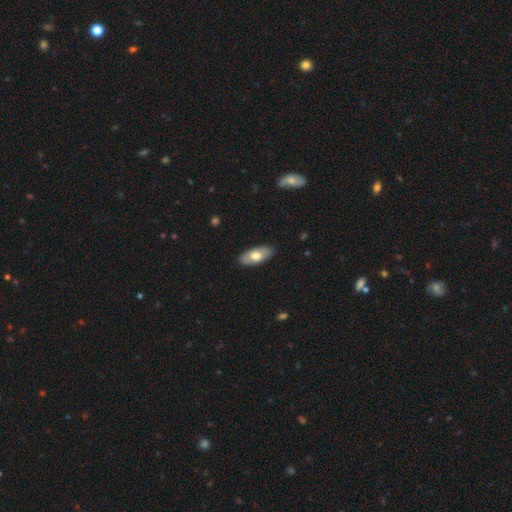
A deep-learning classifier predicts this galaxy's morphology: The model was most divided on "smooth or featured": smooth: 68%, featured or disk: 27%, star or artifact: 5%. More confident: merging — none (88%); how rounded — in between (87%).